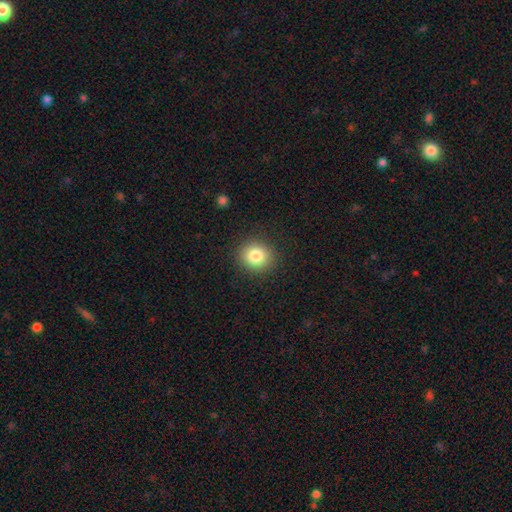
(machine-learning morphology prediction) Smooth or featured?
  - smooth: 84% *
  - star or artifact: 10%
  - featured or disk: 7%
How rounded?
  - round: 81% *
  - in between: 18%
  - cigar-shaped: 1%
Merging?
  - none: 90% *
  - minor disturbance: 7%
  - major disturbance: 2%
  - merger: 1%